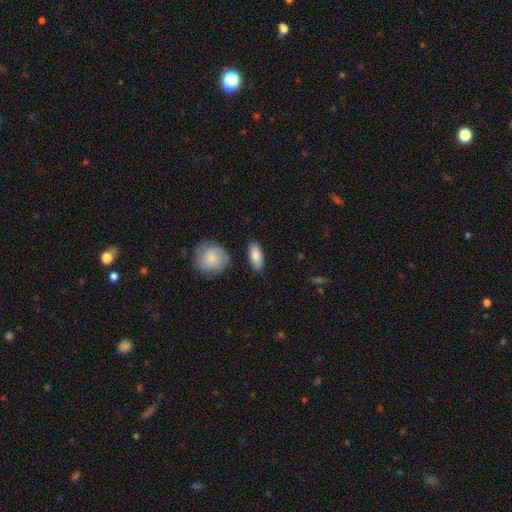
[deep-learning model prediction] A smooth galaxy with no disk features (85%) that is in between round and cigar-shaped (83%).

Vote fractions:
- Smooth or featured? smooth: 85% / featured or disk: 10% / star or artifact: 6%
- How rounded? in between: 83% / cigar-shaped: 14% / round: 3%
- Merging? none: 84% / minor disturbance: 11% / merger: 3% / major disturbance: 3%